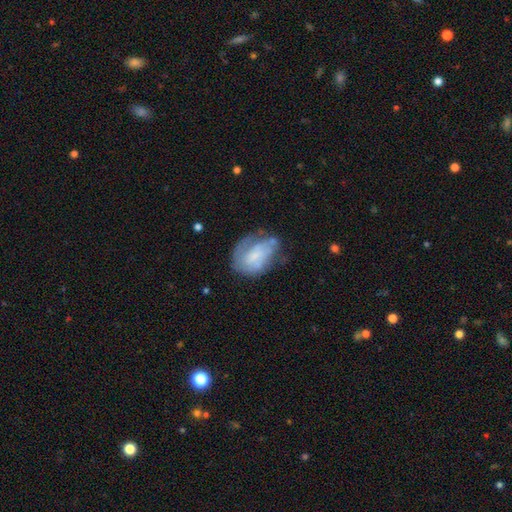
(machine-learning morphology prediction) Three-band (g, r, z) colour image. It shows a featured or disk galaxy (53%) with no bar (66%), spiral arms (56%) and a small central bulge (49%). Merging: none (41%).